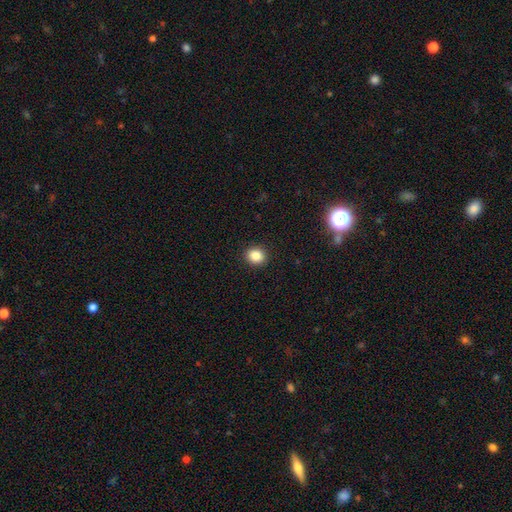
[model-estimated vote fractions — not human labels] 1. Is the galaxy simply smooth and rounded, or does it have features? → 85% smooth, 11% star or artifact, 4% featured or disk.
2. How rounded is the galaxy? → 71% round, 28% in between, 1% cigar-shaped.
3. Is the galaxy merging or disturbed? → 91% none, 6% minor disturbance, 2% major disturbance, 1% merger.